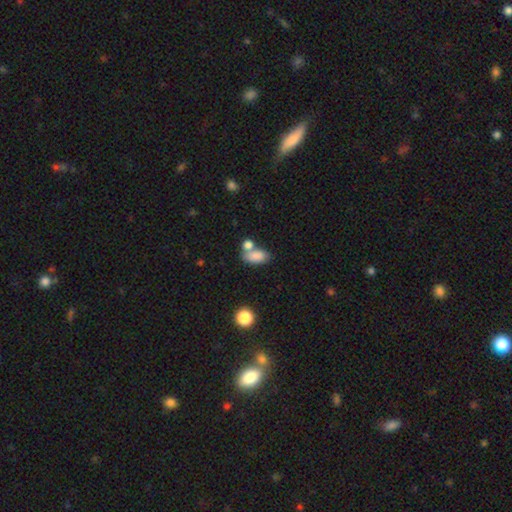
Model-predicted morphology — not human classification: A smooth galaxy with no disk features (84%) that is in between round and cigar-shaped (88%). Merging: none (49%).